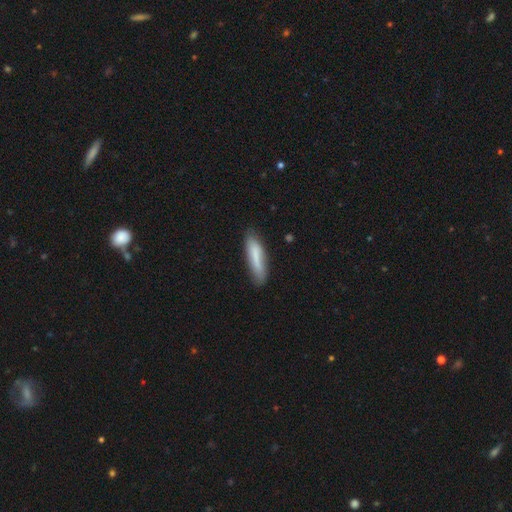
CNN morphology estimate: smooth-or-featured: smooth: 75% | featured or disk: 19% | star or artifact: 6%
  how-rounded: cigar-shaped: 75% | in between: 24% | round: 1%
  merging: none: 73% | minor disturbance: 21% | major disturbance: 4% | merger: 2%